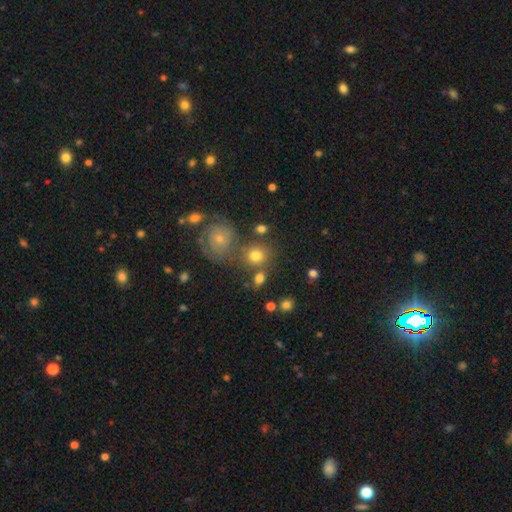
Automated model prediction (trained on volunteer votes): Smooth or featured: smooth — 71% (featured or disk — 17%)
How rounded: round — 80% (in between — 19%)
Merging: none — 61% (merger — 20%)